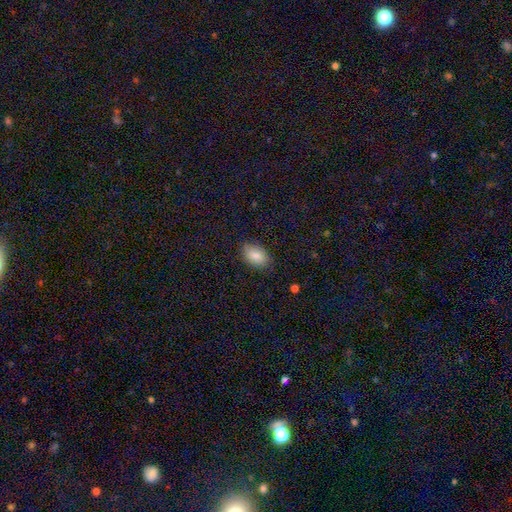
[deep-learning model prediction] smooth 84%, featured or disk 8%, star or artifact 7%. Down the decision tree: how rounded — in between (88%); merging — none (82%).